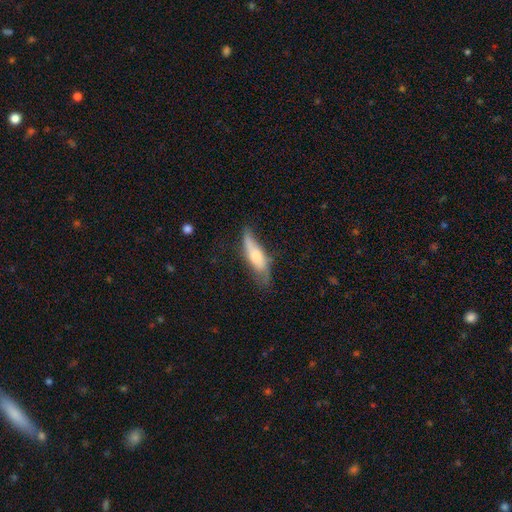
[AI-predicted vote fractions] Smooth or featured: smooth — 62% (featured or disk — 32%)
How rounded: cigar-shaped — 54% (in between — 44%)
Merging: none — 50% (minor disturbance — 34%)